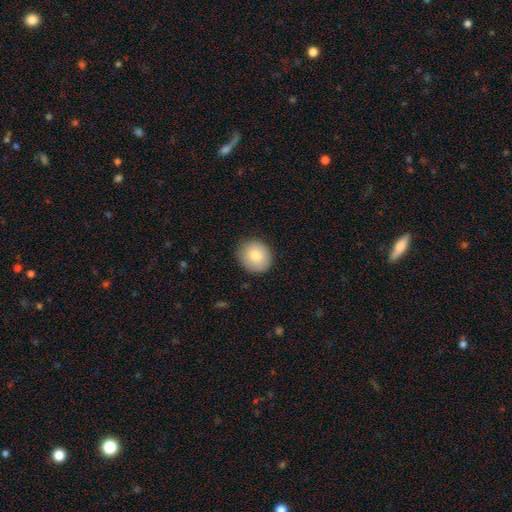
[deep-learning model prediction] This appears to be a smooth galaxy with no disk features (82%) that is round (81%). Merging: none (87%).